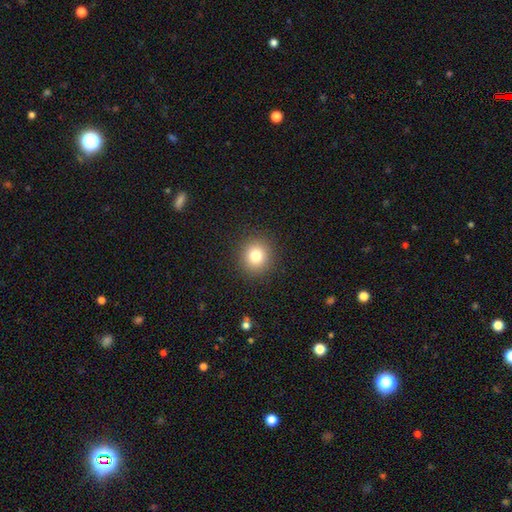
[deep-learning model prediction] A smooth galaxy with no disk features (80%) that is round (90%). Merging: none (91%).